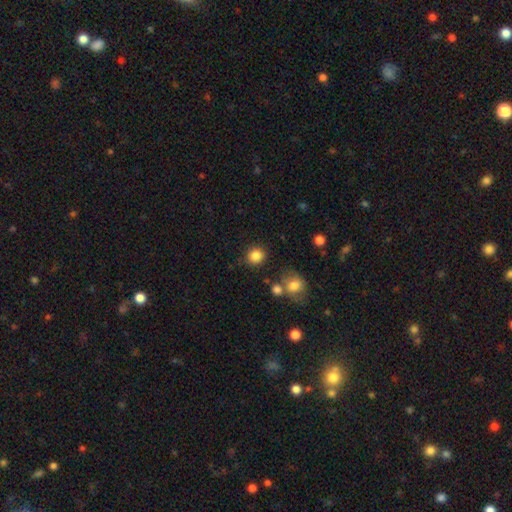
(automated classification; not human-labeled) Smooth or featured? Predicted: smooth (p=0.85). How rounded? Predicted: round (p=0.85). Merging? Predicted: none (p=0.84).